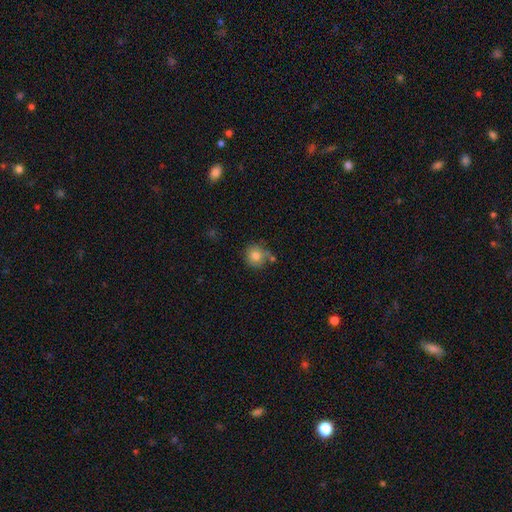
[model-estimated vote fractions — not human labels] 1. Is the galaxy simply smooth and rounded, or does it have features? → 79% smooth, 11% featured or disk, 10% star or artifact.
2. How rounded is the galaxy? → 89% round, 10% in between, 1% cigar-shaped.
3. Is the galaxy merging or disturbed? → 69% none, 16% minor disturbance, 11% merger, 4% major disturbance.